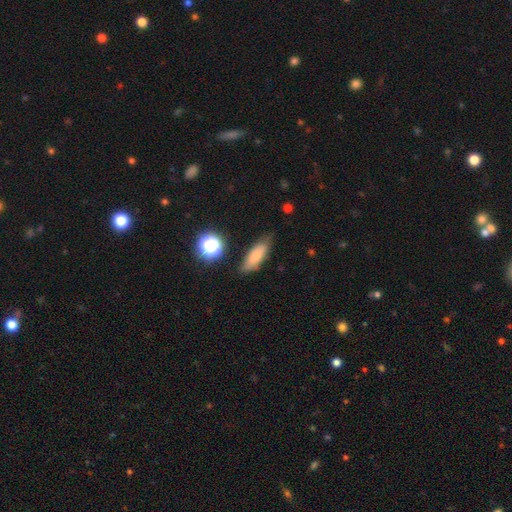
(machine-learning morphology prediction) A smooth galaxy with no disk features (76%) that is in between round and cigar-shaped (58%).

Vote fractions:
- Smooth or featured? smooth: 76% / featured or disk: 14% / star or artifact: 10%
- How rounded? in between: 58% / cigar-shaped: 38% / round: 4%
- Merging? none: 75% / minor disturbance: 18% / major disturbance: 4% / merger: 3%